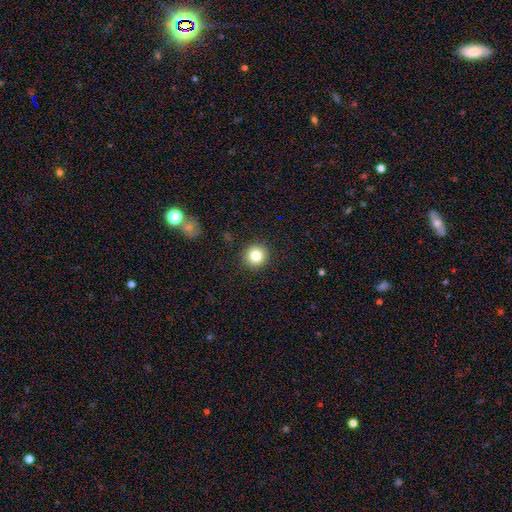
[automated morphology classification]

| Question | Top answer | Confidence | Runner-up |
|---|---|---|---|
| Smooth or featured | smooth | 82% | star or artifact (11%) |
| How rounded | round | 94% | in between (5%) |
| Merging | none | 92% | minor disturbance (5%) |